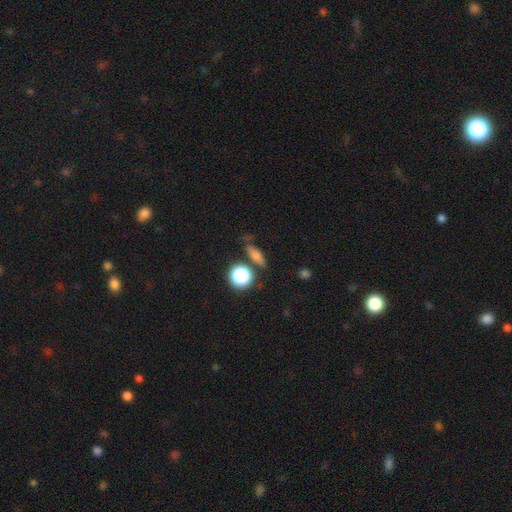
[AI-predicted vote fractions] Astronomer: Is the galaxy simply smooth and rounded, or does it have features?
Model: smooth — 72%.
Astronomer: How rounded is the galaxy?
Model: in between — 38% (runner-up: cigar-shaped, 36%).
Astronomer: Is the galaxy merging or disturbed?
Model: none — 73%.